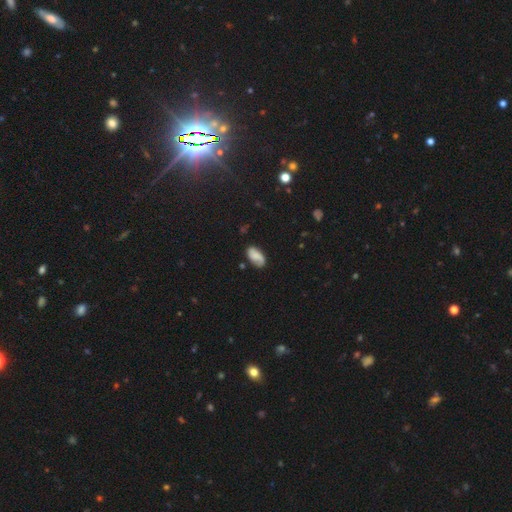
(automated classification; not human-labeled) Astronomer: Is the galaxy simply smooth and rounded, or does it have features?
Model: smooth — 62%.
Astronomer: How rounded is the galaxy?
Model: in between — 93%.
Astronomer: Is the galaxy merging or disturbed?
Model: none — 66%.